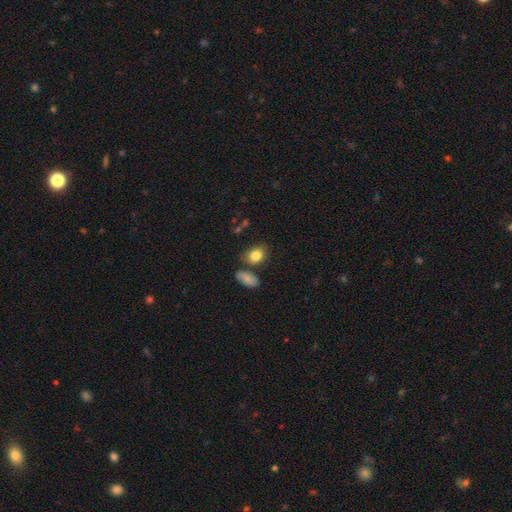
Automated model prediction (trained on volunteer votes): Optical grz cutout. It shows a smooth galaxy with no disk features (84%) that is in between round and cigar-shaped (71%). Merging: none (71%).